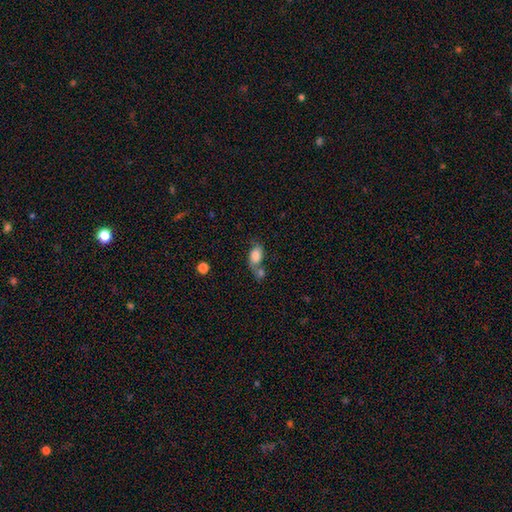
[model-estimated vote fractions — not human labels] Smooth or featured: smooth — 80% (featured or disk — 11%)
How rounded: in between — 87% (round — 11%)
Merging: merger — 40% (none — 35%)